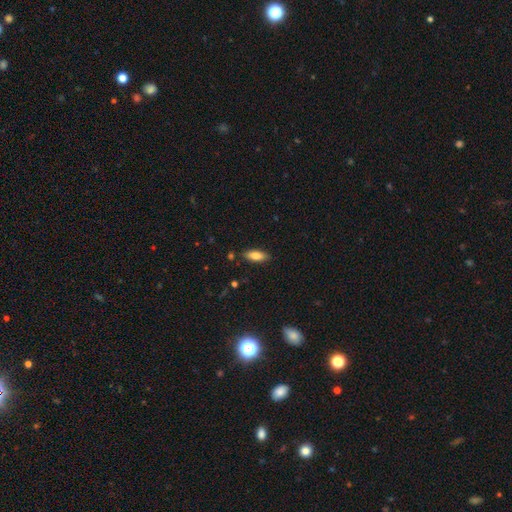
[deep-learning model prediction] This is clearly a smooth galaxy (81%). How rounded: likely in between (76%). Merging: clearly none (85%).